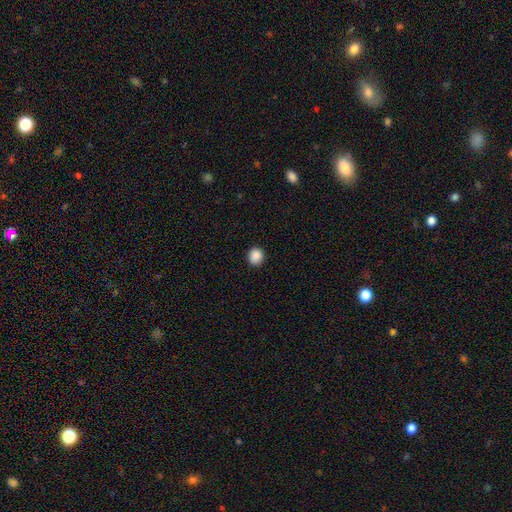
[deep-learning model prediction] Morphology: type=smooth (89%); roundness=round (79%); merging=none (90%).